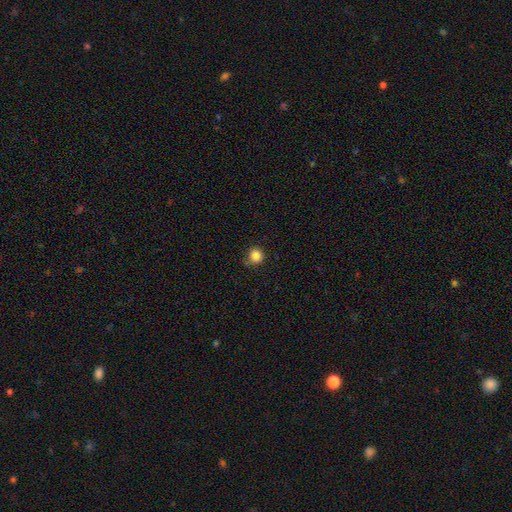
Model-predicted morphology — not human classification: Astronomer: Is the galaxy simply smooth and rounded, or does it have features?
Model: smooth — 84%.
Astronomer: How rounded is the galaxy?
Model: round — 89%.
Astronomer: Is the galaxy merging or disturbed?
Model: none — 70%.